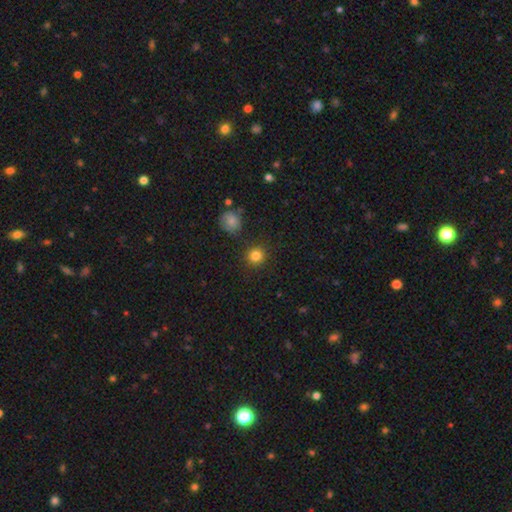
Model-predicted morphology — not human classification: Smooth or featured? Predicted: smooth (p=0.83). How rounded? Predicted: round (p=0.92). Merging? Predicted: none (p=0.89).